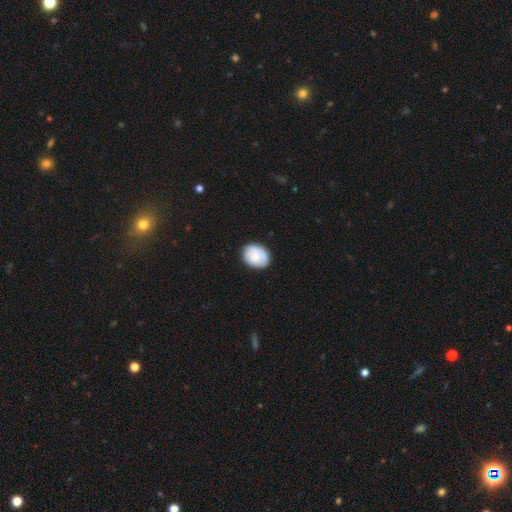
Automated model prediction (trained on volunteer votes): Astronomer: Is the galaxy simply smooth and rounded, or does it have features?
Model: smooth — 74%.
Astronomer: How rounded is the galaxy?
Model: in between — 58% (runner-up: round, 41%).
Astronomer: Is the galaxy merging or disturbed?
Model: none — 79%.